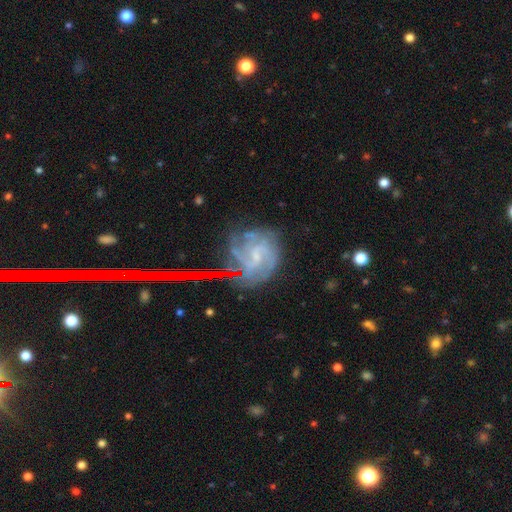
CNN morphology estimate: This is likely a featured or disk galaxy (75%). It is clearly not viewed edge-on (97%). Bar: possibly weak (51%). Spiral arm pattern: clearly yes (88%). Spiral arm count: marginally can't tell (33%). Spiral winding: marginally medium (43%). Central bulge: possibly small (54%). Merging: possibly none (59%).